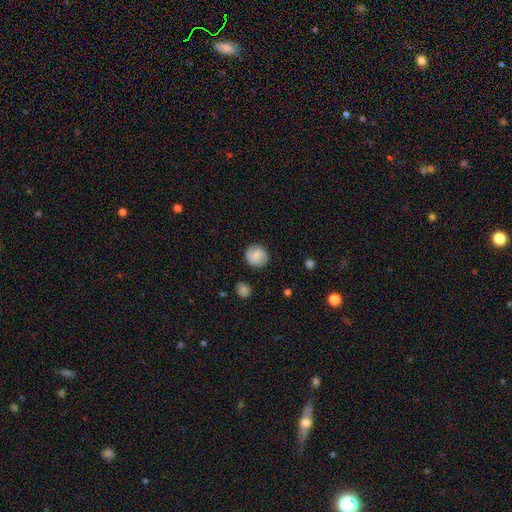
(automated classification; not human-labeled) A smooth galaxy with no disk features (68%) that is round (90%).

Vote fractions:
- Smooth or featured? smooth: 68% / featured or disk: 24% / star or artifact: 8%
- How rounded? round: 90% / in between: 9% / cigar-shaped: 1%
- Merging? none: 87% / minor disturbance: 9% / major disturbance: 3% / merger: 1%